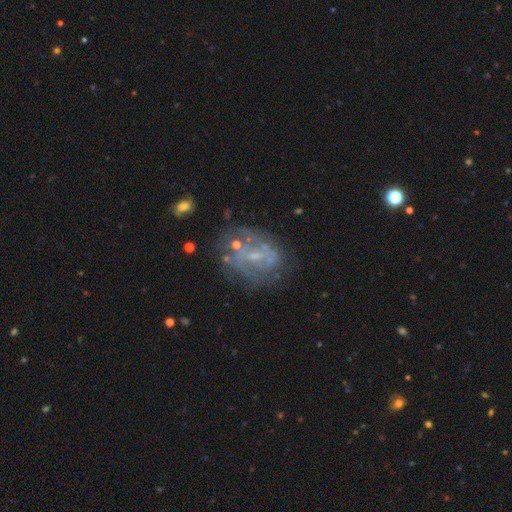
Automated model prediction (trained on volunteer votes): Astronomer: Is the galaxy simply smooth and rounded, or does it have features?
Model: featured or disk — 72%.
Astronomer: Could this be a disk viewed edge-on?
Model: no — 97%.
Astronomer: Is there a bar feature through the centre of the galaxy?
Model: weak — 45% (runner-up: no, 37%).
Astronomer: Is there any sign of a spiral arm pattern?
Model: yes — 66%.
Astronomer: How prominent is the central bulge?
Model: small — 61%.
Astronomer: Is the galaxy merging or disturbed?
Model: none — 59%.